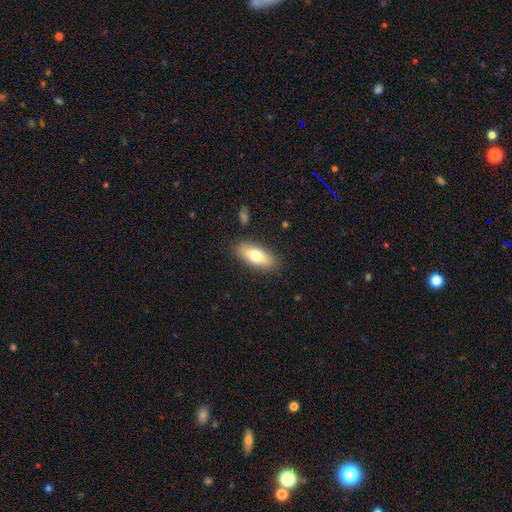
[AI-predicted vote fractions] Smooth or featured: smooth — 73% (featured or disk — 21%)
How rounded: in between — 77% (cigar-shaped — 20%)
Merging: none — 86% (minor disturbance — 10%)